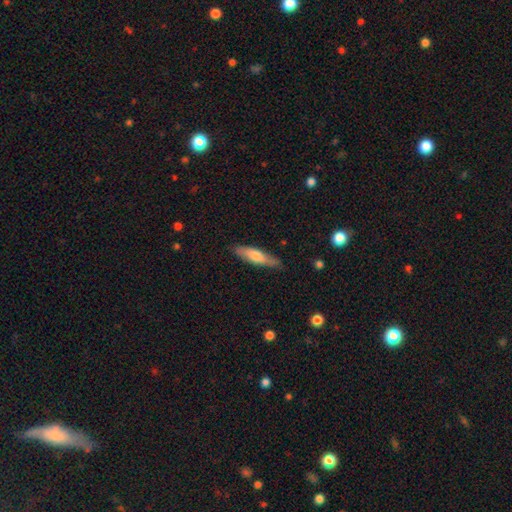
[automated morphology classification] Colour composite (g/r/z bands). It shows a smooth galaxy with no disk features (63%) that is cigar-shaped (71%). Merging: none (81%).